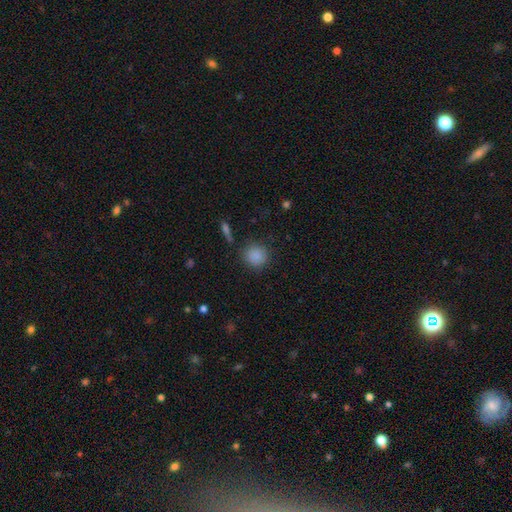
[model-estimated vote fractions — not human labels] Smooth or featured? Predicted: smooth (p=0.87). How rounded? Predicted: round (p=0.88). Merging? Predicted: none (p=0.82).